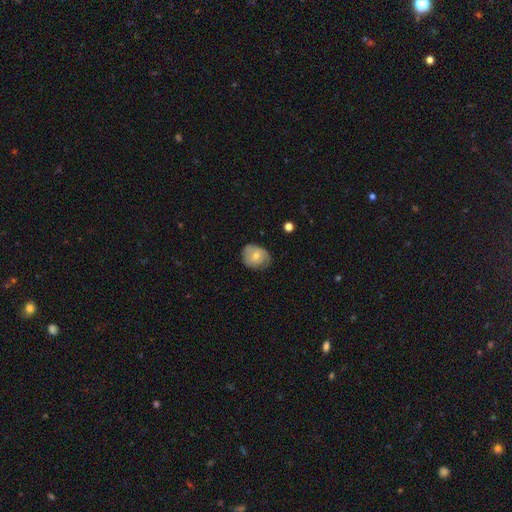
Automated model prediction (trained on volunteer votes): Q: Smooth or featured?
A: smooth (63%); runner-up: featured or disk (30%)
Q: How rounded?
A: round (56%); runner-up: in between (43%)
Q: Merging?
A: none (58%); runner-up: minor disturbance (32%)